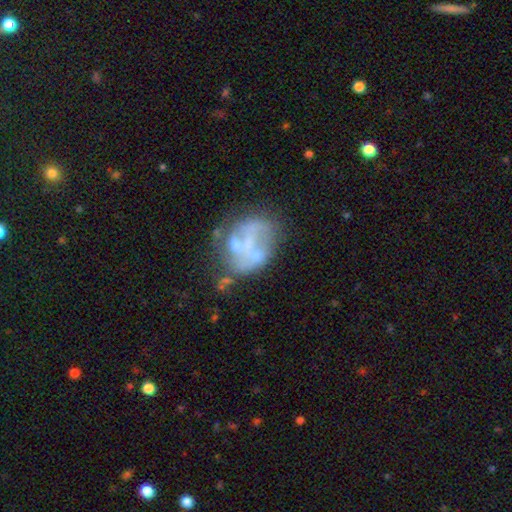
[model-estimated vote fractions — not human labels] The model was most divided on "merging": none: 39%, major disturbance: 24%, minor disturbance: 20%, merger: 17%. Remaining: edge-on disk — no (98%); spiral arms — no (76%); bar — no (75%); smooth or featured — featured or disk (60%); bulge size — none (46%).